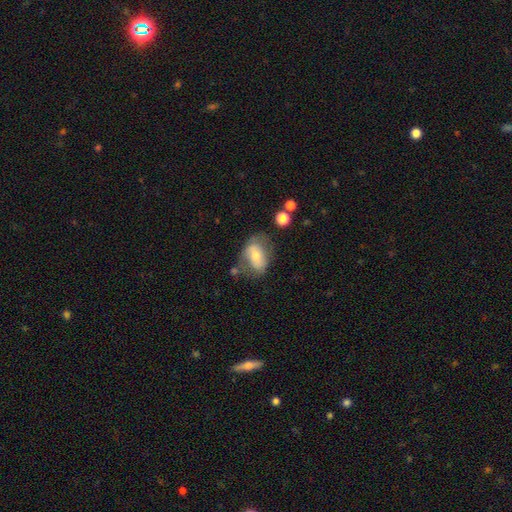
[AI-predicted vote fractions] This appears to be a smooth galaxy with no disk features (50%). Merging: none (52%).